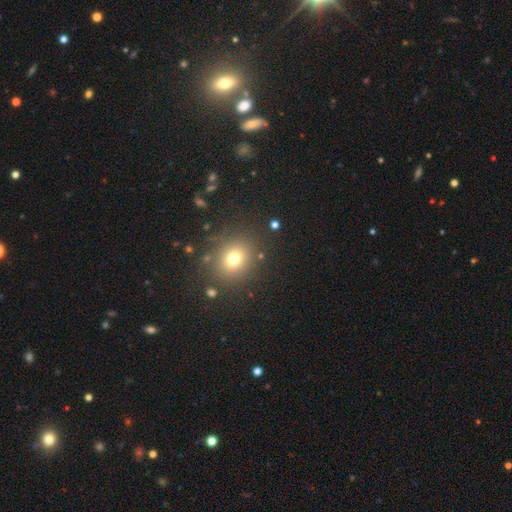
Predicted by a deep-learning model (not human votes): smooth_or_featured: smooth (p=0.49) [alt: star or artifact p=0.42]
merging: none (p=0.87) [alt: minor disturbance p=0.07]